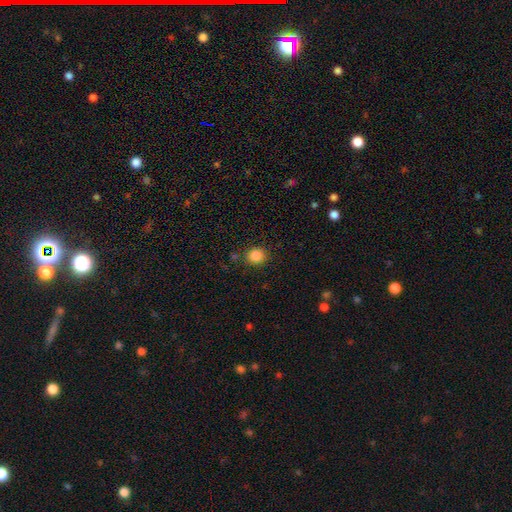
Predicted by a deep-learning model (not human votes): Smooth or featured? smooth (85%)
How rounded? round (87%)
Merging? none (87%)